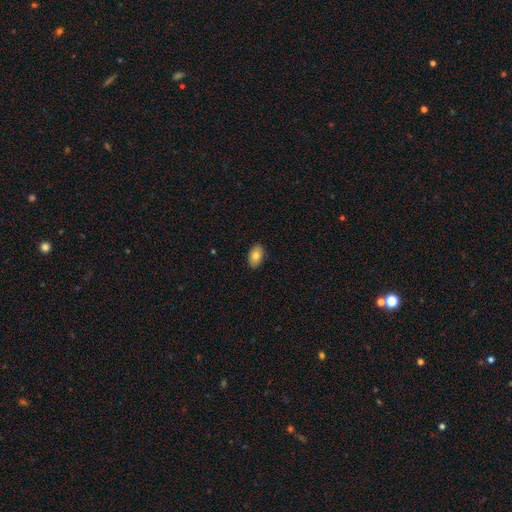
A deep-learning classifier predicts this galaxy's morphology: type=smooth (81%); roundness=in between (92%); merging=none (88%).